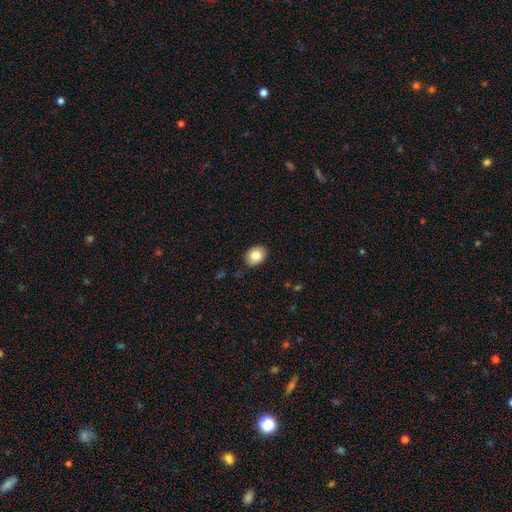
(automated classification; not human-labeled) smooth 81%, featured or disk 11%, star or artifact 8%. Down the decision tree: how rounded — in between (63%); merging — none (85%).